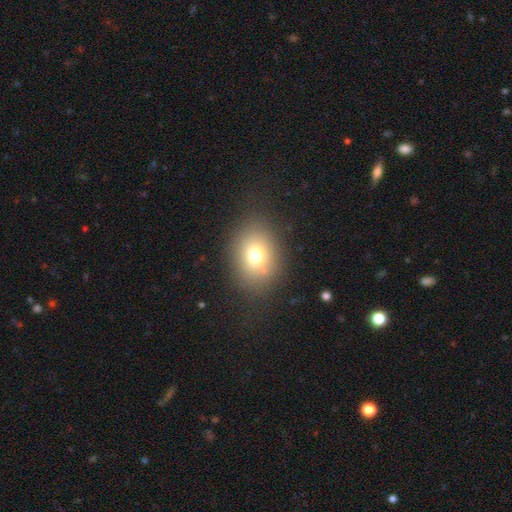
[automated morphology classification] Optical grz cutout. It shows a smooth galaxy with no disk features (72%) that is in between round and cigar-shaped (55%). Merging: none (78%).